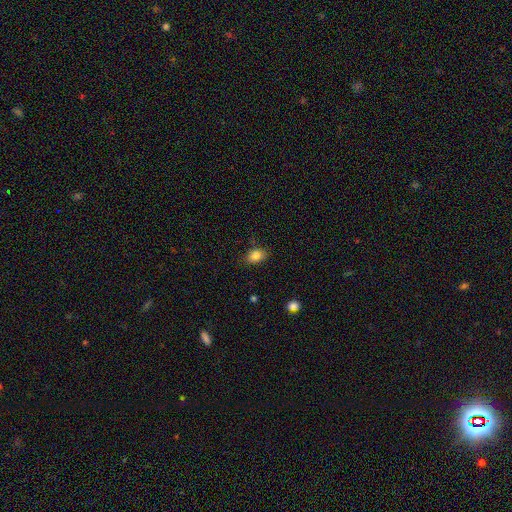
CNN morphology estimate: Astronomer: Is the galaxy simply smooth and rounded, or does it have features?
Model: smooth — 84%.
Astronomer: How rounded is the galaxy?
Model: in between — 75%.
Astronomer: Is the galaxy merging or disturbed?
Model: none — 82%.